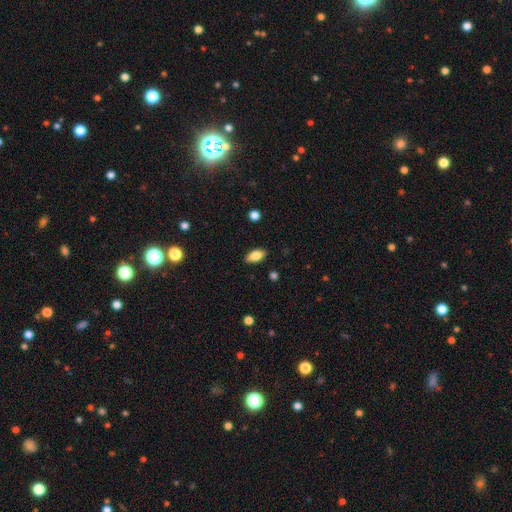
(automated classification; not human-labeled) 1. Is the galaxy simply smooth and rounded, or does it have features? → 82% smooth, 10% featured or disk, 8% star or artifact.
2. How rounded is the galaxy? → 89% in between, 7% cigar-shaped, 4% round.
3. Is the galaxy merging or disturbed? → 87% none, 10% minor disturbance, 2% major disturbance, 1% merger.